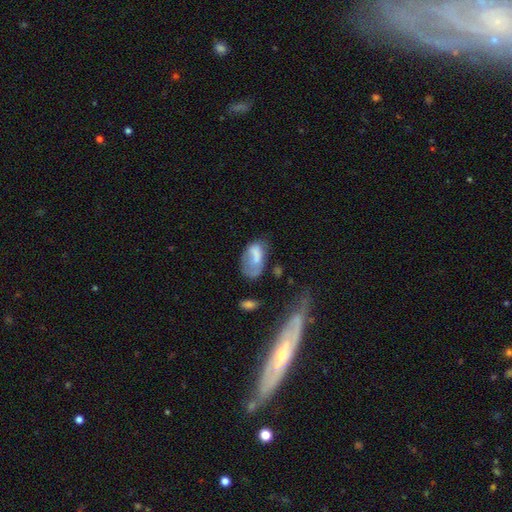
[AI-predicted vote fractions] smooth_or_featured: smooth (p=0.63) [alt: featured or disk p=0.28]
how_rounded: in between (p=0.90) [alt: round p=0.07]
merging: none (p=0.33) [alt: major disturbance p=0.29]